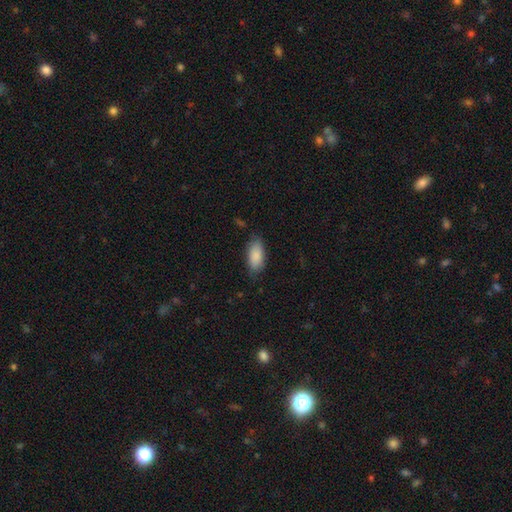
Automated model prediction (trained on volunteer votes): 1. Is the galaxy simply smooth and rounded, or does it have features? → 88% smooth, 6% star or artifact, 5% featured or disk.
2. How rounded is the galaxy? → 89% in between, 9% cigar-shaped, 2% round.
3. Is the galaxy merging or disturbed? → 78% none, 17% minor disturbance, 4% major disturbance, 1% merger.